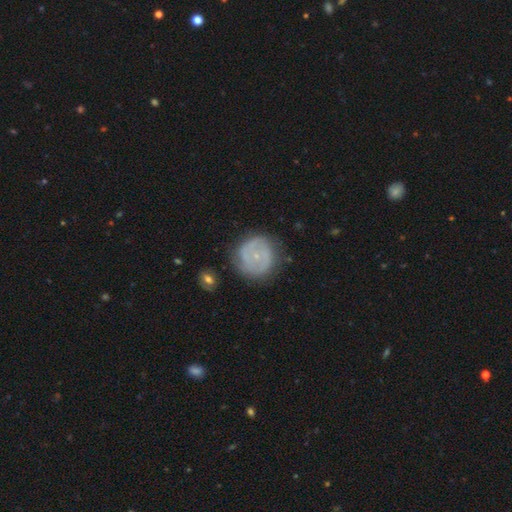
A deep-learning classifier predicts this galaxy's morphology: Overall: featured or disk (63%; smooth 29%). Edge-on disk: no (98%). Bar: no (73%). Spiral arms: yes (78%). Bulge size: small (82%). Merging: none (75%).